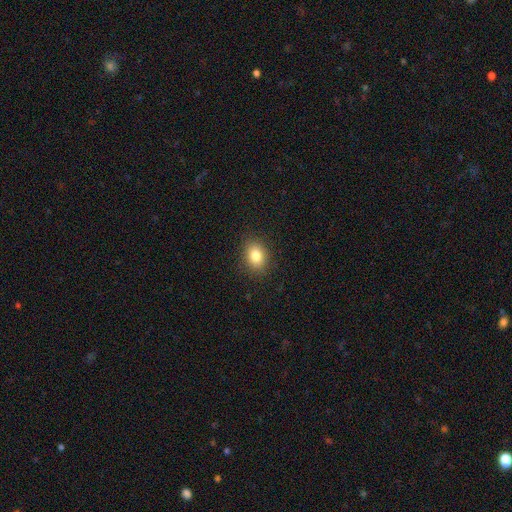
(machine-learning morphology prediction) Smooth or featured: smooth — 82% (star or artifact — 10%)
How rounded: in between — 63% (round — 36%)
Merging: none — 88% (minor disturbance — 8%)